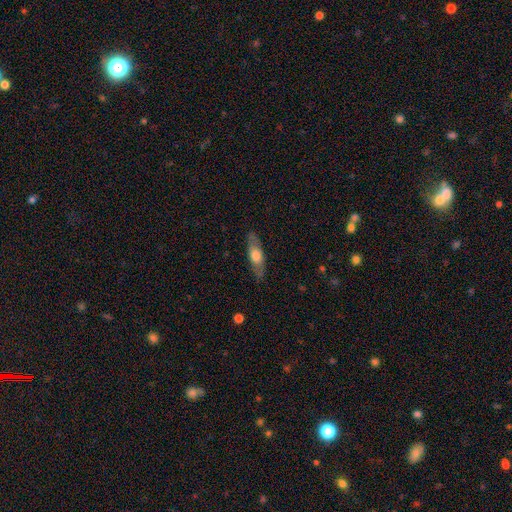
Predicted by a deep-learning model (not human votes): The model was most divided on "how rounded": in between: 51%, cigar-shaped: 46%, round: 3%. More confident: merging — none (83%); smooth or featured — smooth (54%).